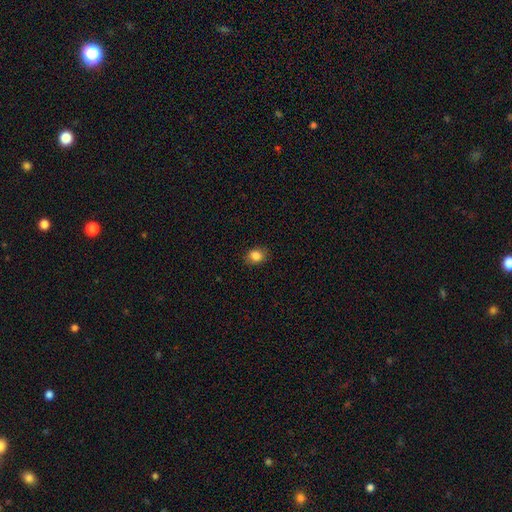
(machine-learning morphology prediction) smooth-or-featured: smooth: 85% | star or artifact: 10% | featured or disk: 5%
  how-rounded: round: 53% | in between: 46% | cigar-shaped: 1%
  merging: none: 86% | minor disturbance: 10% | major disturbance: 2% | merger: 1%